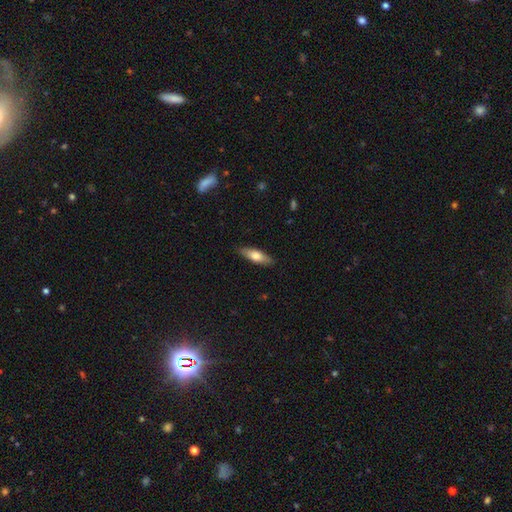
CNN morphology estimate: smooth-or-featured: smooth: 68% | featured or disk: 26% | star or artifact: 6%
  how-rounded: cigar-shaped: 49% (tied) | in between: 49% (tied) | round: 2%
  merging: none: 87% | minor disturbance: 10% | major disturbance: 2% | merger: 1%